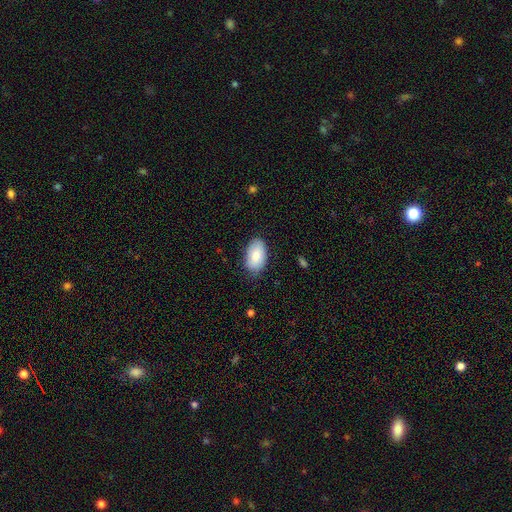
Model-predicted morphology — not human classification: Q: Smooth or featured?
A: smooth (82%); runner-up: featured or disk (12%)
Q: How rounded?
A: in between (94%); runner-up: round (5%)
Q: Merging?
A: none (77%); runner-up: minor disturbance (18%)